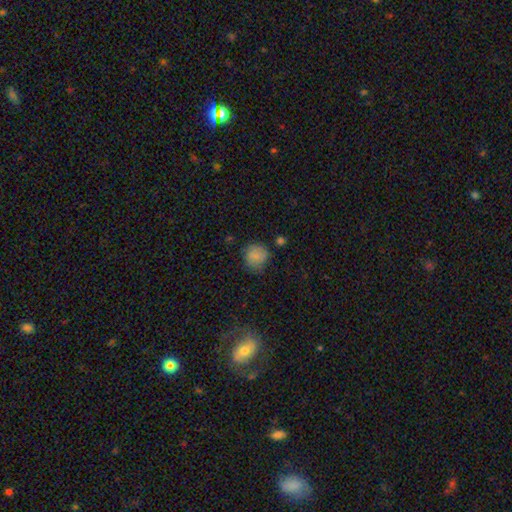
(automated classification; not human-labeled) Smooth or featured? Predicted: smooth (p=0.82). How rounded? Predicted: round (p=0.84). Merging? Predicted: none (p=0.68).